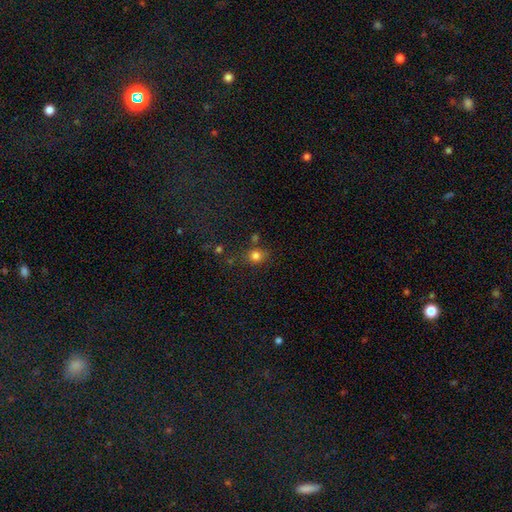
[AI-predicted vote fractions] The model was most divided on "how rounded": round: 76%, in between: 23%, cigar-shaped: 1%. More confident: smooth or featured — smooth (79%); merging — none (69%).